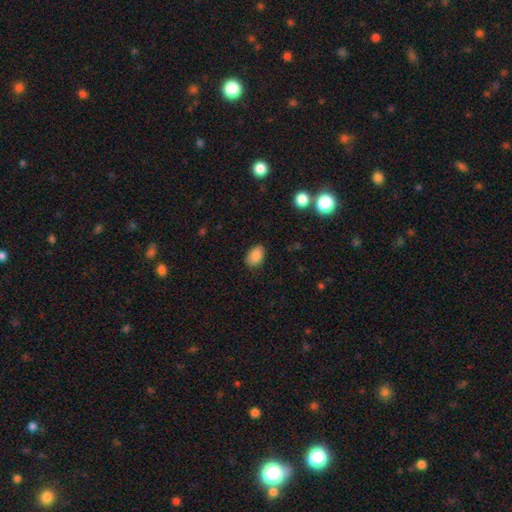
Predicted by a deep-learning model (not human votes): The model was most divided on "merging": none: 84%, minor disturbance: 12%, major disturbance: 3%, merger: 1%. More confident: smooth or featured — smooth (87%); how rounded — in between (87%).